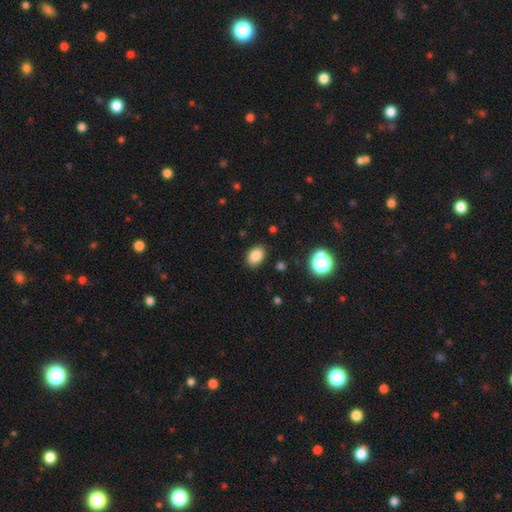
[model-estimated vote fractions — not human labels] Smooth or featured? smooth (83%)
How rounded? in between (73%)
Merging? none (87%)